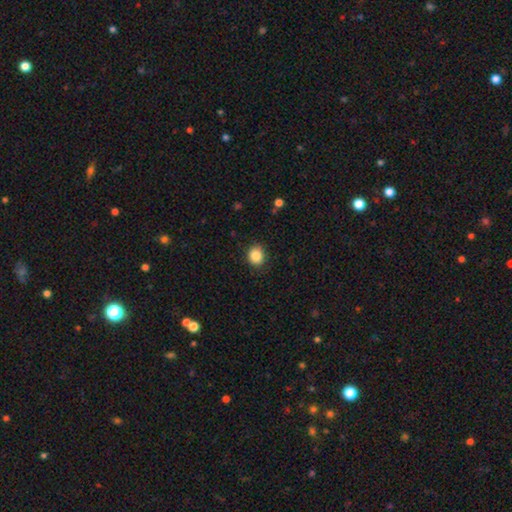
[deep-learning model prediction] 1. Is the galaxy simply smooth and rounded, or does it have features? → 87% smooth, 9% star or artifact, 4% featured or disk.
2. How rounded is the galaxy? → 72% round, 27% in between, 1% cigar-shaped.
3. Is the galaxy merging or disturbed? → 87% none, 10% minor disturbance, 3% major disturbance, 1% merger.